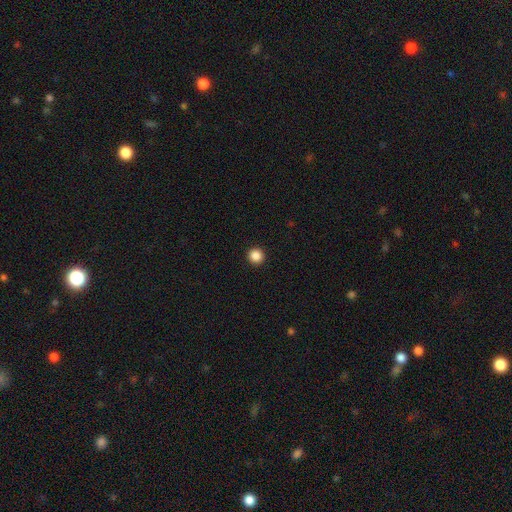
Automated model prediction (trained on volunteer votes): Overall: smooth (87%). How rounded: round (96%). Merging: none (94%).